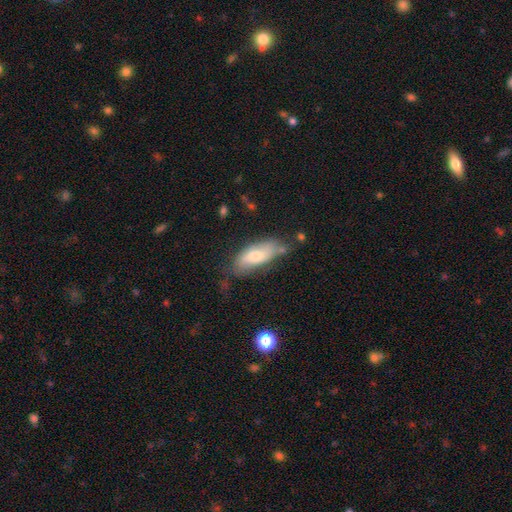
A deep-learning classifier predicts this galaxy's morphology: Q: Smooth or featured?
A: smooth (55%); runner-up: featured or disk (34%)
Q: How rounded?
A: in between (73%); runner-up: cigar-shaped (25%)
Q: Merging?
A: none (57%); runner-up: minor disturbance (28%)